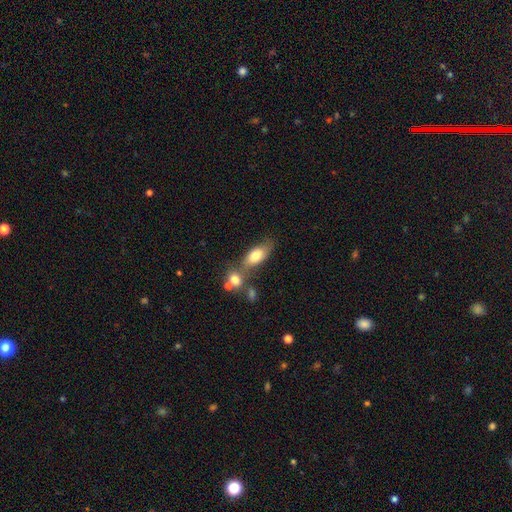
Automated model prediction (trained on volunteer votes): Overall: smooth (74%). How rounded: in between (83%). Merging: none (46%; merger 33%).